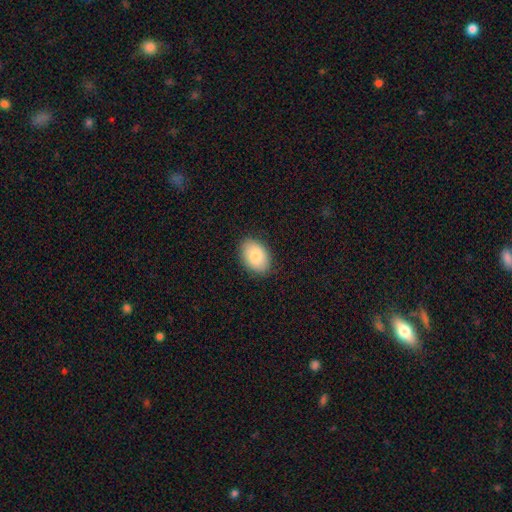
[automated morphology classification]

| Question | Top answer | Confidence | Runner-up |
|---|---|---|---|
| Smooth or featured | smooth | 86% | featured or disk (7%) |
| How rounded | in between | 85% | round (14%) |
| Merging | none | 87% | minor disturbance (10%) |